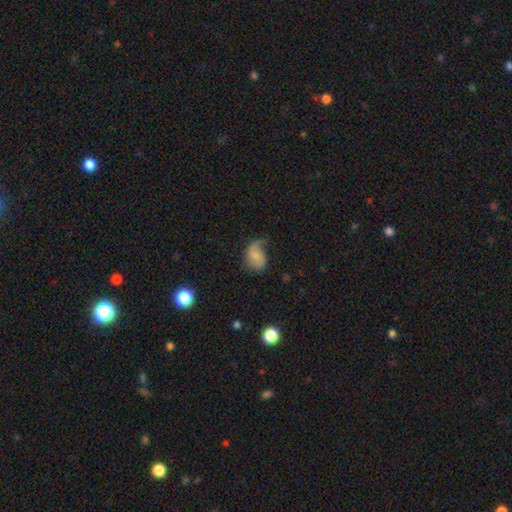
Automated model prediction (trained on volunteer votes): This appears to be a smooth galaxy with no disk features (46%). Merging: none (36%).